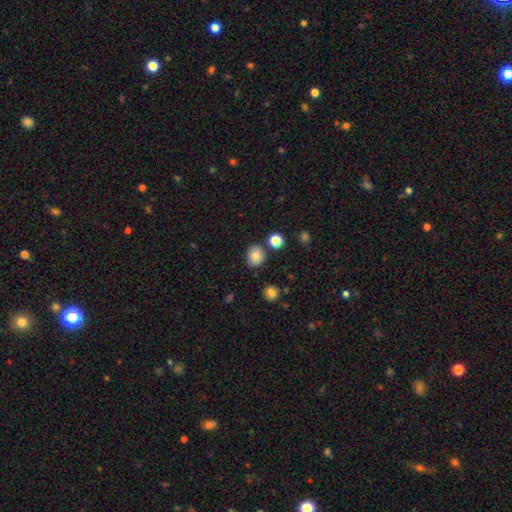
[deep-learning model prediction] Q: Smooth or featured?
A: smooth (83%); runner-up: star or artifact (11%)
Q: How rounded?
A: round (75%); runner-up: in between (24%)
Q: Merging?
A: none (81%); runner-up: minor disturbance (11%)